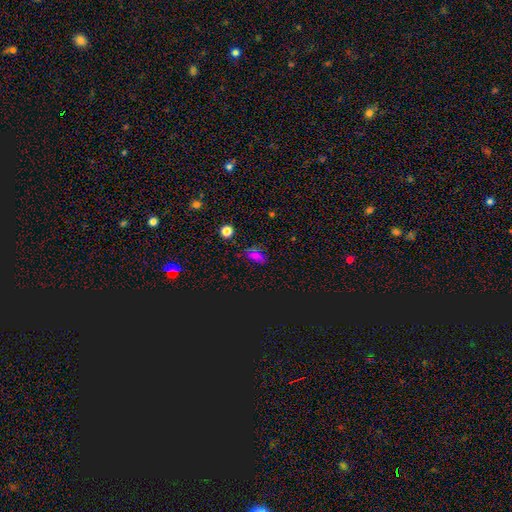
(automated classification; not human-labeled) Smooth or featured?
  - smooth: 58% *
  - star or artifact: 34%
  - featured or disk: 8%
How rounded?
  - in between: 79% *
  - round: 15%
  - cigar-shaped: 7%
Merging?
  - none: 69% *
  - minor disturbance: 21%
  - major disturbance: 7%
  - merger: 3%